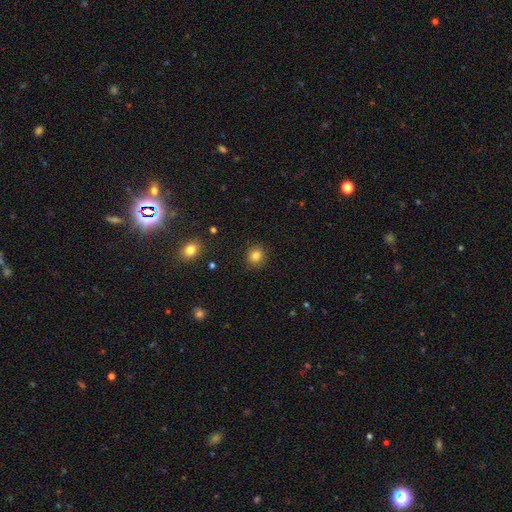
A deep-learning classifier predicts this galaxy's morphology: Smooth or featured? smooth (83%)
How rounded? round (86%)
Merging? none (90%)